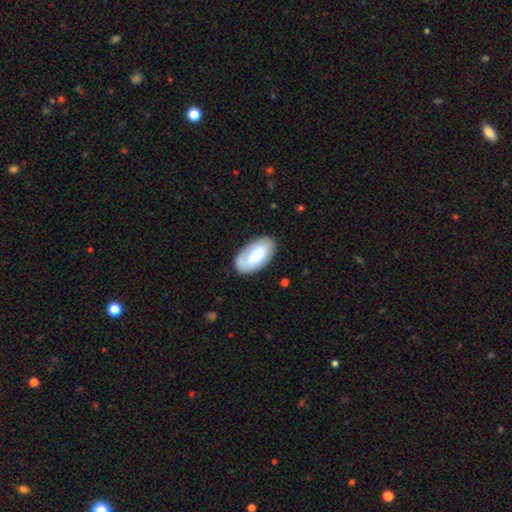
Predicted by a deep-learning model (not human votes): A smooth galaxy with no disk features (68%) that is in between round and cigar-shaped (96%).

Vote fractions:
- Smooth or featured? smooth: 68% / featured or disk: 27% / star or artifact: 6%
- How rounded? in between: 96% / round: 2% / cigar-shaped: 2%
- Merging? none: 78% / minor disturbance: 16% / major disturbance: 5% / merger: 2%